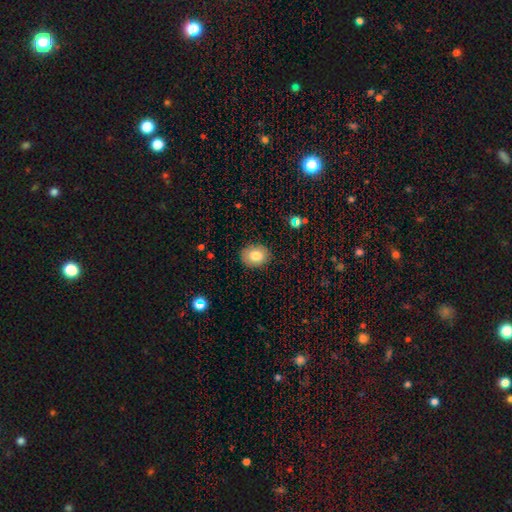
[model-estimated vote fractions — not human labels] smooth 80%, featured or disk 11%, star or artifact 9%. Down the decision tree: how rounded — in between (53%); merging — none (87%).